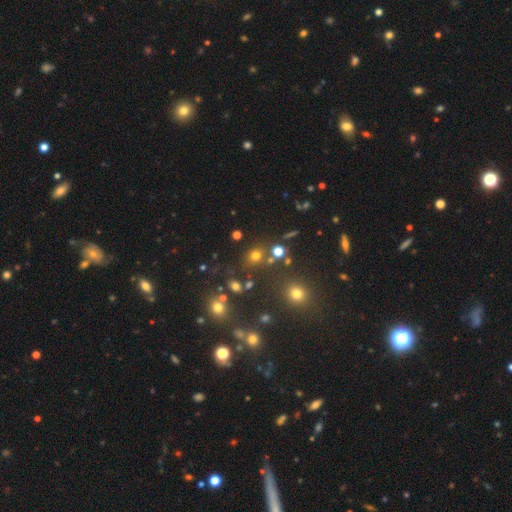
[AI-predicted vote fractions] This appears to be a smooth galaxy with no disk features (67%) that is round (75%). Merging: none (72%).